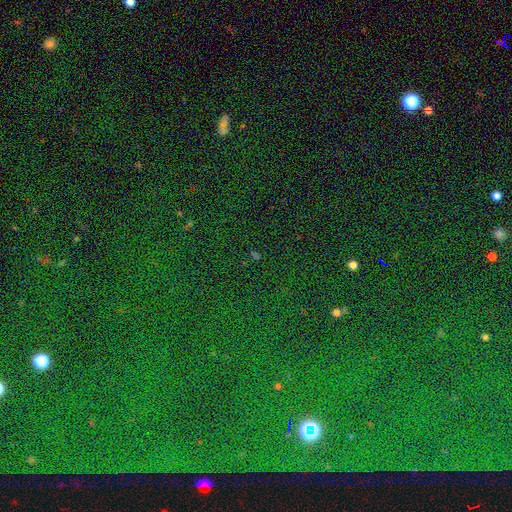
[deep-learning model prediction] star or artifact 76%, smooth 16%, featured or disk 8%.